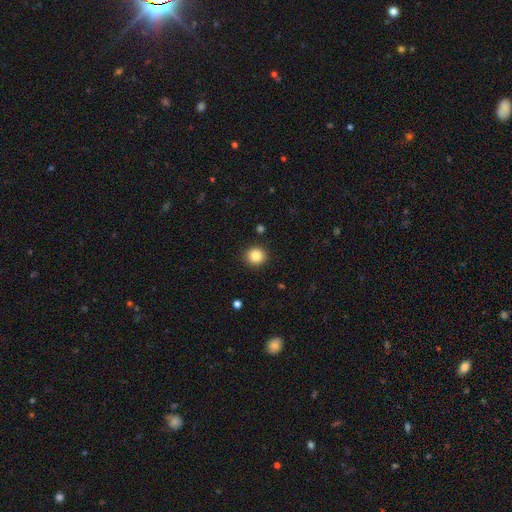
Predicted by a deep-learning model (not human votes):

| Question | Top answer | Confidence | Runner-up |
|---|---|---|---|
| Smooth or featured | smooth | 84% | star or artifact (10%) |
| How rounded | round | 91% | in between (8%) |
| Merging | none | 91% | minor disturbance (6%) |